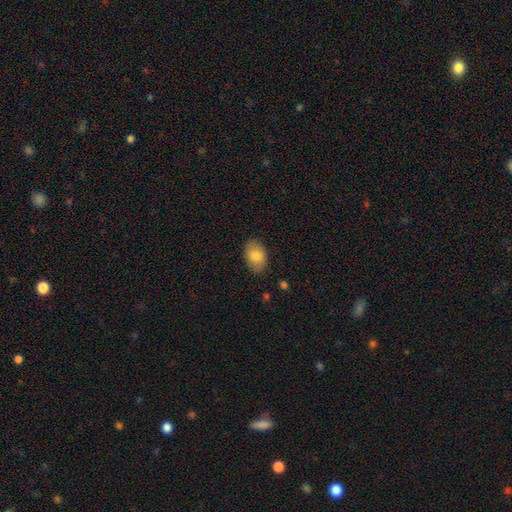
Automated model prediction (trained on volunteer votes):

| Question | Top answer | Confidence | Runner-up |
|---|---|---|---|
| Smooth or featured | smooth | 82% | featured or disk (11%) |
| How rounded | in between | 88% | round (11%) |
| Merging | none | 85% | minor disturbance (12%) |